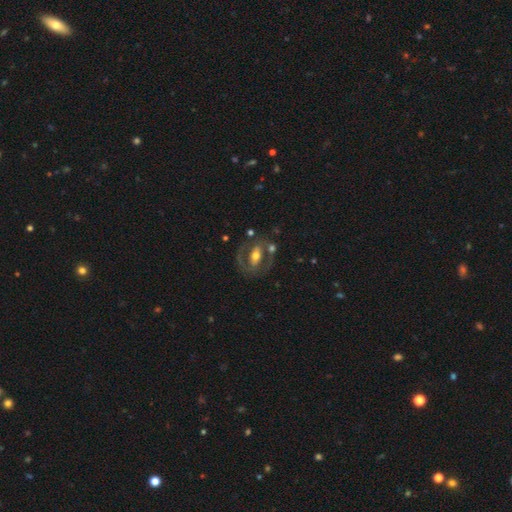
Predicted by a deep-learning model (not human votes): smooth_or_featured: featured or disk (p=0.68) [alt: smooth p=0.25]
disk_edge_on: no (p=0.92) [alt: yes p=0.08]
bar: no (p=0.38) [alt: strong p=0.34]
has_spiral_arms: no (p=0.54) [alt: yes p=0.46]
bulge_size: moderate (p=0.66) [alt: small p=0.17]
merging: none (p=0.61) [alt: minor disturbance p=0.16]